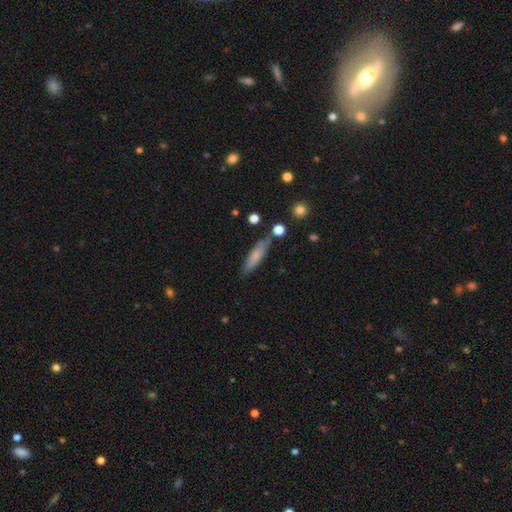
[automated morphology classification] Smooth or featured?
  - smooth: 71% *
  - featured or disk: 22%
  - star or artifact: 7%
How rounded?
  - cigar-shaped: 73% *
  - in between: 25%
  - round: 2%
Merging?
  - none: 73% *
  - minor disturbance: 18%
  - merger: 6%
  - major disturbance: 4%